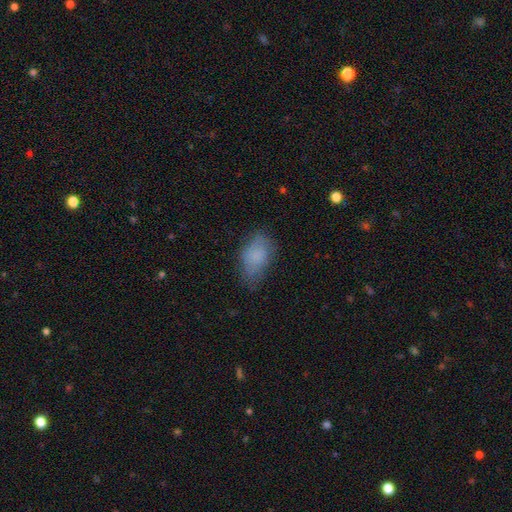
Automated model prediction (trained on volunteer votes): This is likely a smooth galaxy (80%). How rounded: clearly in between (89%). Merging: possibly none (59%).